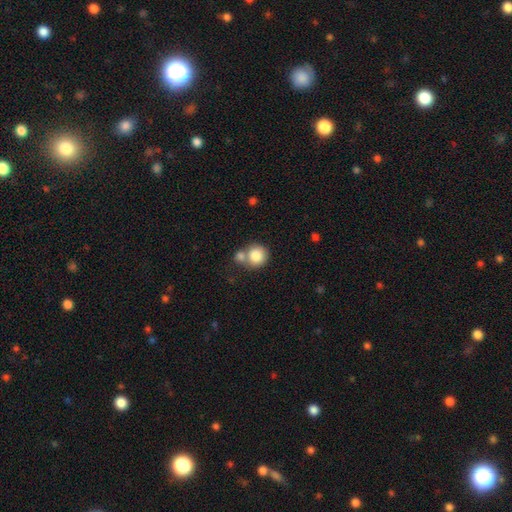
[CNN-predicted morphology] Smooth or featured: smooth — 83% (featured or disk — 9%)
How rounded: round — 87% (in between — 12%)
Merging: none — 45% (merger — 41%)